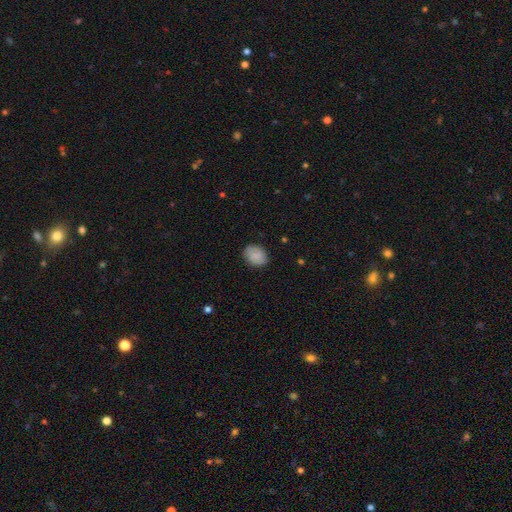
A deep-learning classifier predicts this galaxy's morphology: This is likely a smooth galaxy (78%). How rounded: likely in between (64%). Merging: clearly none (85%).